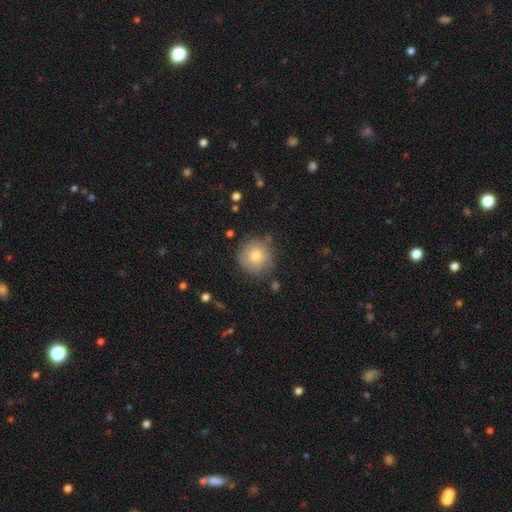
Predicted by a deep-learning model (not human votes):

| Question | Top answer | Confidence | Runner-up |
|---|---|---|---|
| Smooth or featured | smooth | 71% | featured or disk (19%) |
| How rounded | round | 94% | in between (5%) |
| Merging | none | 79% | minor disturbance (15%) |